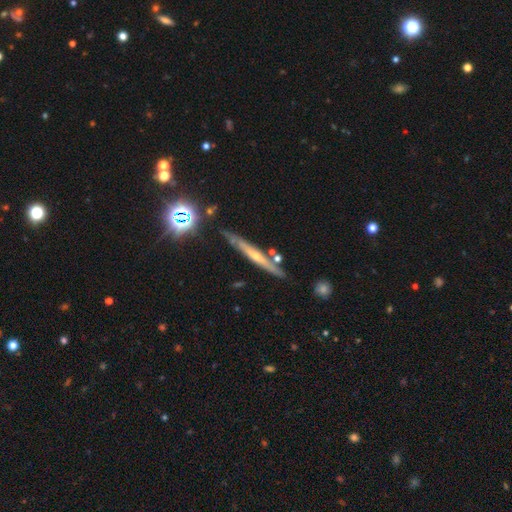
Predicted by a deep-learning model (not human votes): A featured or disk galaxy (65%) viewed edge-on (93%) with a rounded central bulge (59%).

Vote fractions:
- Smooth or featured? featured or disk: 65% / smooth: 25% / star or artifact: 10%
- Edge-on disk? yes: 93% / no: 7%
- Edge-on bulge? rounded: 59% / none: 36% / boxy: 5%
- Merging? none: 79% / minor disturbance: 13% / merger: 5% / major disturbance: 3%